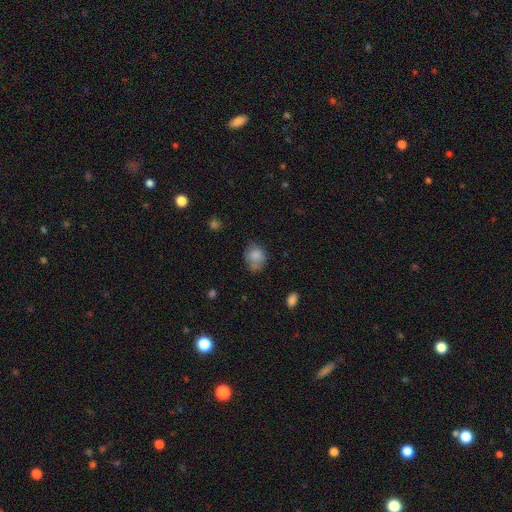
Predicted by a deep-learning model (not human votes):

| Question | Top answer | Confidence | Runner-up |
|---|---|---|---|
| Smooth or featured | smooth | 80% | featured or disk (10%) |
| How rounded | round | 54% | in between (45%) |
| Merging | none | 55% | minor disturbance (29%) |